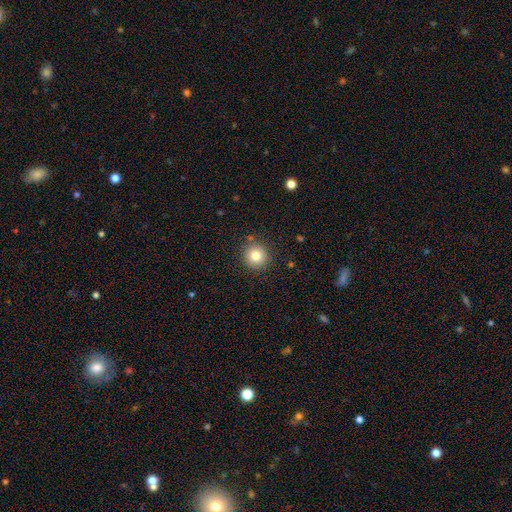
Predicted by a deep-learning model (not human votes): smooth-or-featured: smooth: 81% | star or artifact: 11% | featured or disk: 8%
  how-rounded: round: 94% | in between: 5% | cigar-shaped: 1%
  merging: none: 88% | minor disturbance: 7% | major disturbance: 2% | merger: 2%